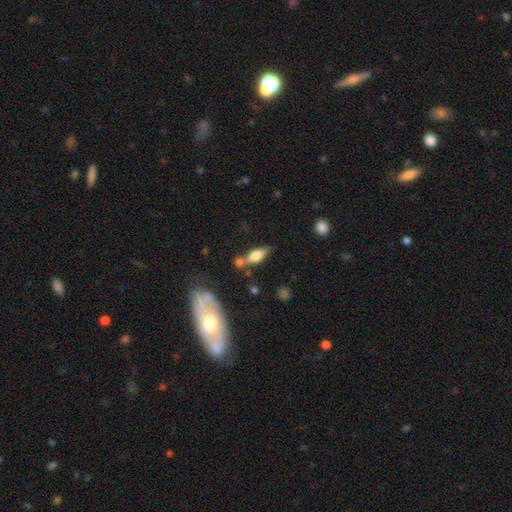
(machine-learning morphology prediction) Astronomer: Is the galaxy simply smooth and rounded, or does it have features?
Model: smooth — 58%.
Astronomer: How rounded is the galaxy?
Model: in between — 65%.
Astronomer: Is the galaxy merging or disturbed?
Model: none — 53%.